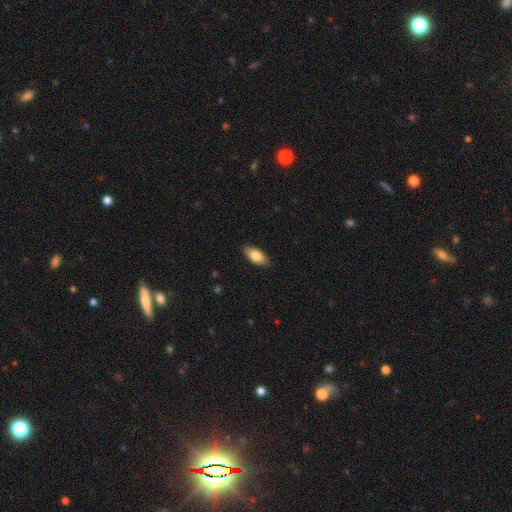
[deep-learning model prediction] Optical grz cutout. It shows a smooth galaxy with no disk features (82%) that is in between round and cigar-shaped (87%). Merging: none (88%).